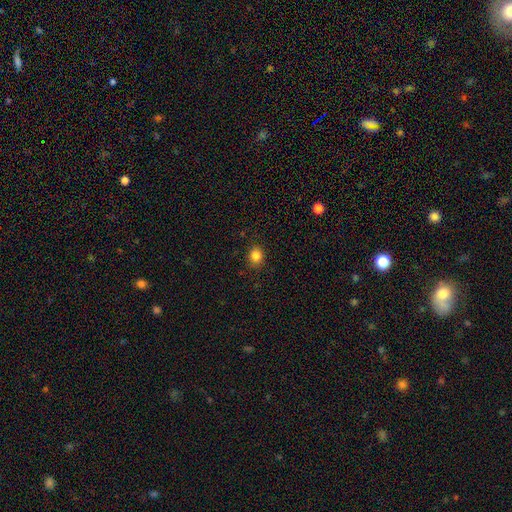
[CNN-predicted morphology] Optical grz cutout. It shows a smooth galaxy with no disk features (85%) that is round (66%). Merging: none (88%).